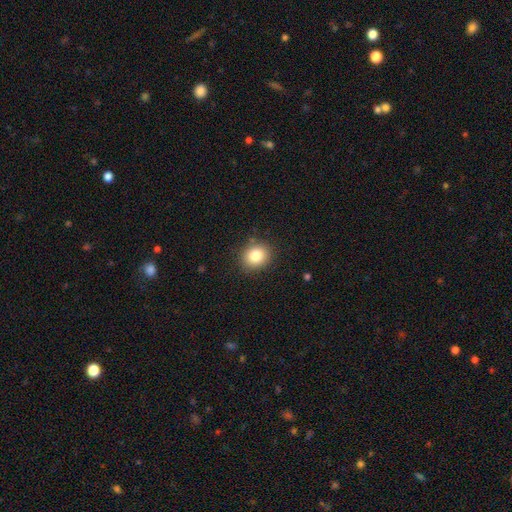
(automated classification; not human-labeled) Smooth or featured? smooth (83%)
How rounded? round (71%)
Merging? none (87%)